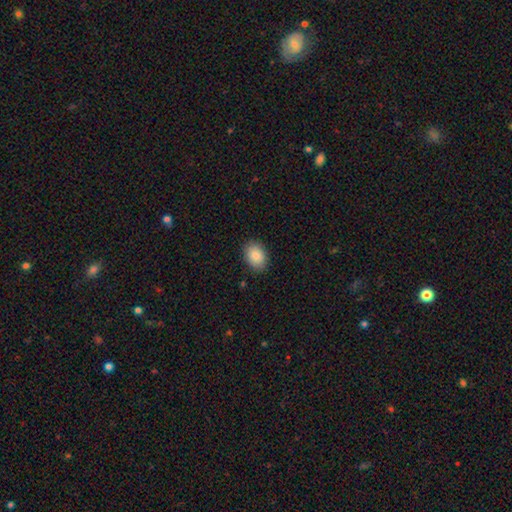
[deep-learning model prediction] Smooth or featured? Predicted: smooth (p=0.88). How rounded? Predicted: in between (p=0.74). Merging? Predicted: none (p=0.88).